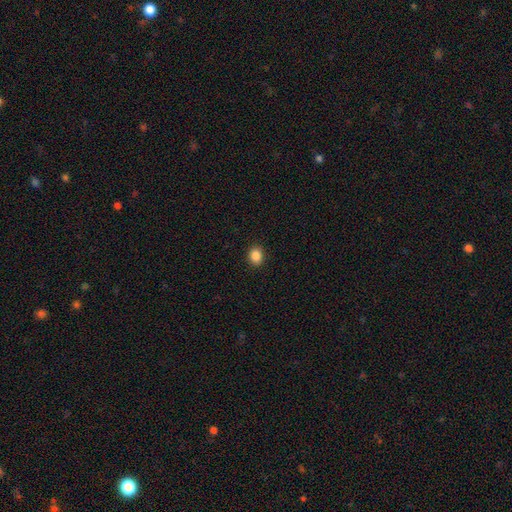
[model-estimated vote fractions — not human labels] A smooth galaxy with no disk features (87%) that is round (59%).

Vote fractions:
- Smooth or featured? smooth: 87% / star or artifact: 10% / featured or disk: 3%
- How rounded? round: 59% / in between: 40% / cigar-shaped: 1%
- Merging? none: 91% / minor disturbance: 6% / major disturbance: 2% / merger: 1%